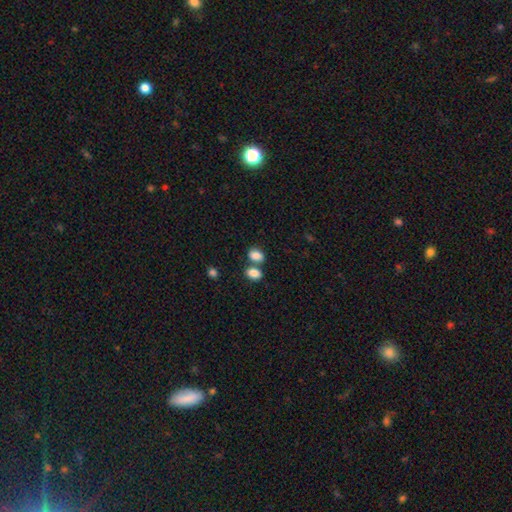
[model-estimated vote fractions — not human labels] A smooth galaxy with no disk features (85%) that is in between round and cigar-shaped (79%). Merging: none (48%).